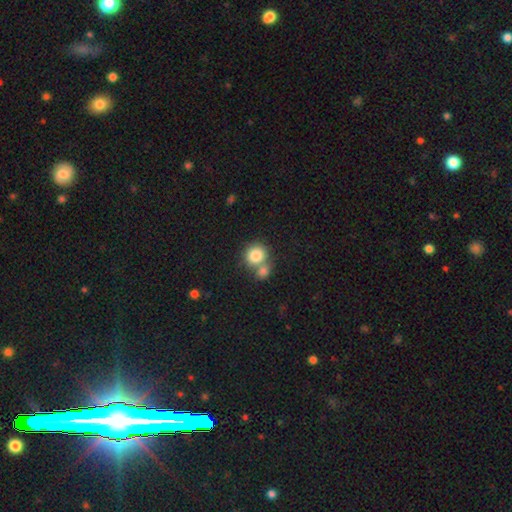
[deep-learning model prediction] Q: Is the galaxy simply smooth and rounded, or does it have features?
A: smooth — 82%.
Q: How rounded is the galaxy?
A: round — 84%.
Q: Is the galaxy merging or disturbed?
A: none — 46%.